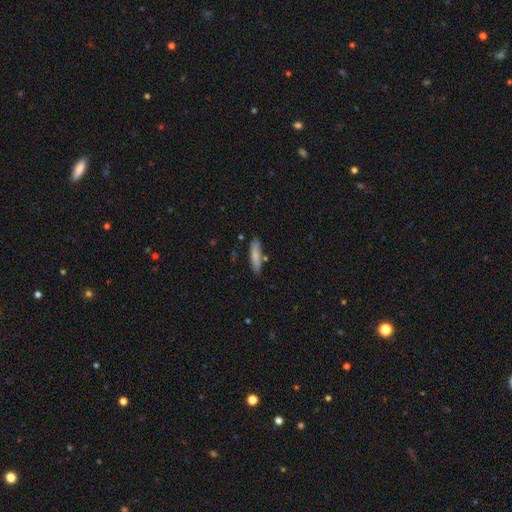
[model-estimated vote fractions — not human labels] smooth 79%, featured or disk 15%, star or artifact 6%. Down the decision tree: how rounded — cigar-shaped (73%); merging — none (80%).